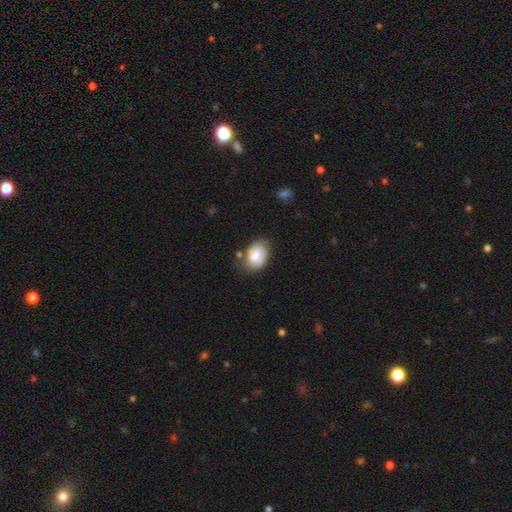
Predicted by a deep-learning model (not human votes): Smooth or featured? smooth (76%)
How rounded? in between (78%)
Merging? none (62%)